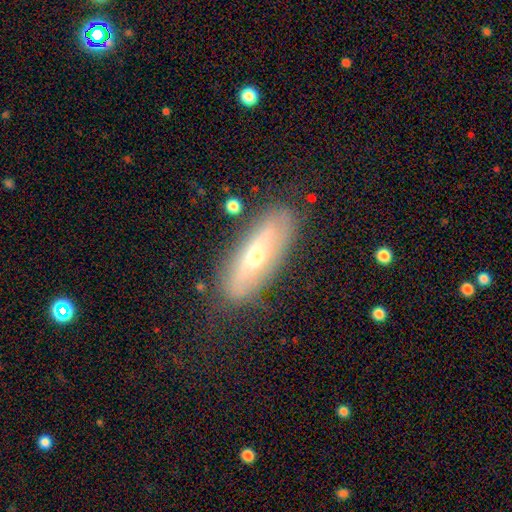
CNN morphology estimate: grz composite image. It shows a featured or disk galaxy (53%) viewed edge-on (51%). Merging: none (78%).